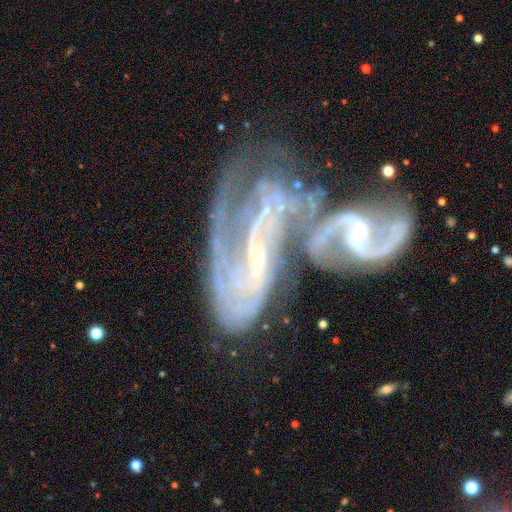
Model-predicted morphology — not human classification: Smooth or featured? featured or disk (88%)
Edge-on disk? no (95%)
Bar? weak (41%)
Spiral arms? yes (95%)
Spiral winding? medium (49%)
Spiral arm count? 2 (67%)
Bulge size? small (67%)
Merging? merger (71%)